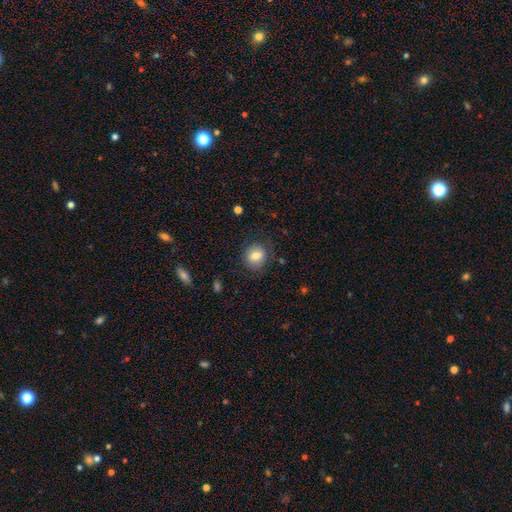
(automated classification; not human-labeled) Smooth or featured?
  - smooth: 78% *
  - featured or disk: 12%
  - star or artifact: 10%
How rounded?
  - round: 74% *
  - in between: 25%
  - cigar-shaped: 1%
Merging?
  - none: 83% *
  - minor disturbance: 12%
  - major disturbance: 4%
  - merger: 1%